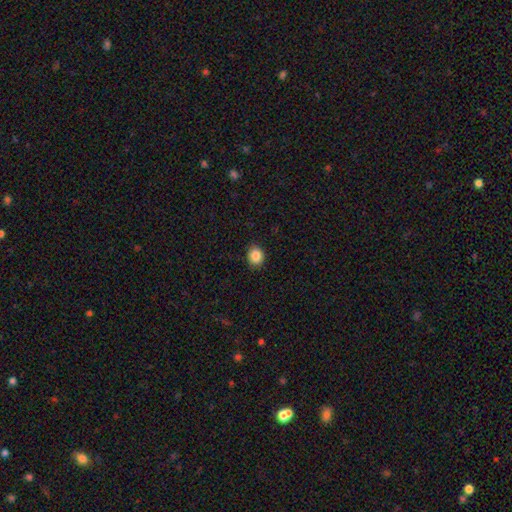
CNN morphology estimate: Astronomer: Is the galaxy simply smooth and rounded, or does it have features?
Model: smooth — 86%.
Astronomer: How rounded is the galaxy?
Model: round — 67%.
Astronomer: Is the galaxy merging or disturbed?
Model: none — 89%.